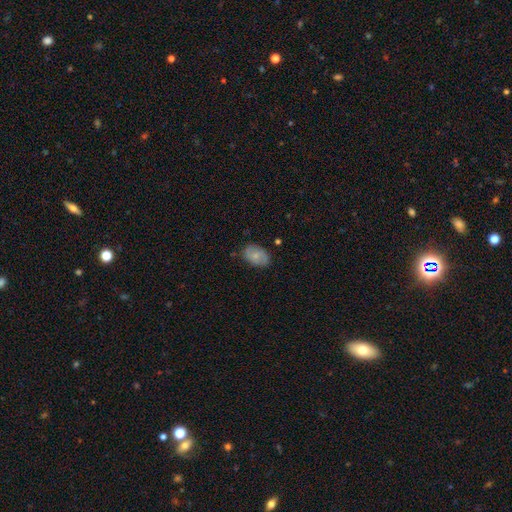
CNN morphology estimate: Smooth or featured? Predicted: smooth (p=0.59). How rounded? Predicted: in between (p=0.84). Merging? Predicted: none (p=0.78).